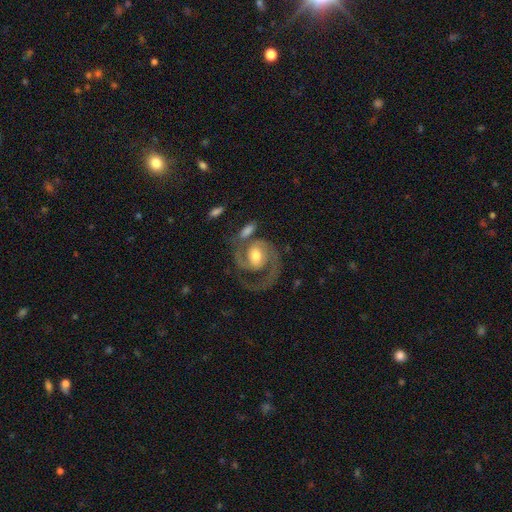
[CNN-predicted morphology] type=featured or disk (87%); edge-on=no (98%); bar=no (44%); spiral arms=yes (96%); winding=medium (49%); arm count=2 (72%); bulge=moderate (65%); merging=none (53%).